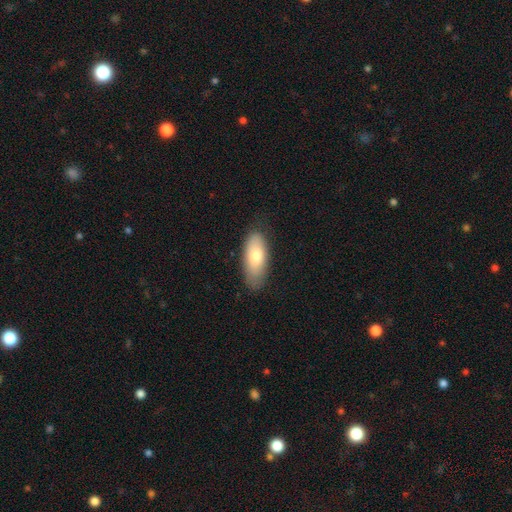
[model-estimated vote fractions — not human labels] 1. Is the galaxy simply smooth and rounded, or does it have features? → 75% smooth, 19% featured or disk, 6% star or artifact.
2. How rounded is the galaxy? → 82% in between, 16% cigar-shaped, 2% round.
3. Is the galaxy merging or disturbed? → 78% none, 17% minor disturbance, 3% major disturbance, 1% merger.